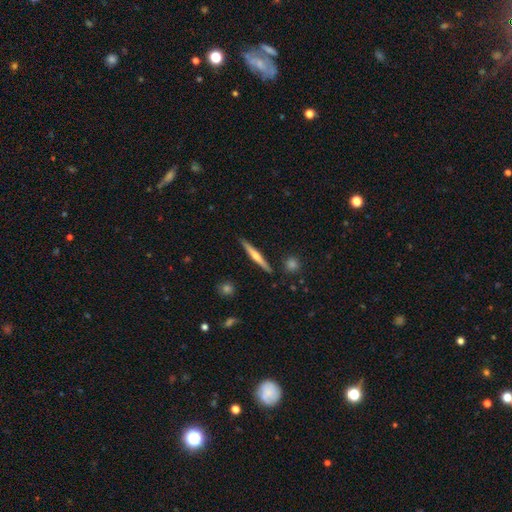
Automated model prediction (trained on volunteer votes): Overall: featured or disk (56%; smooth 38%). Edge-on disk: yes (97%). Edge-on bulge: rounded (69%). Merging: none (90%).